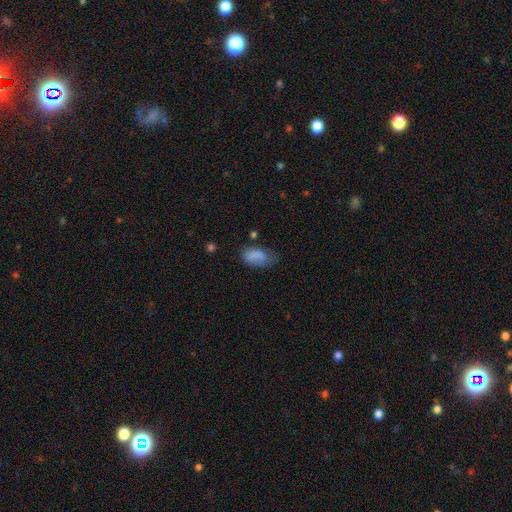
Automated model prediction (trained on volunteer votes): A smooth galaxy with no disk features (79%) that is in between round and cigar-shaped (92%). Merging: none (46%).